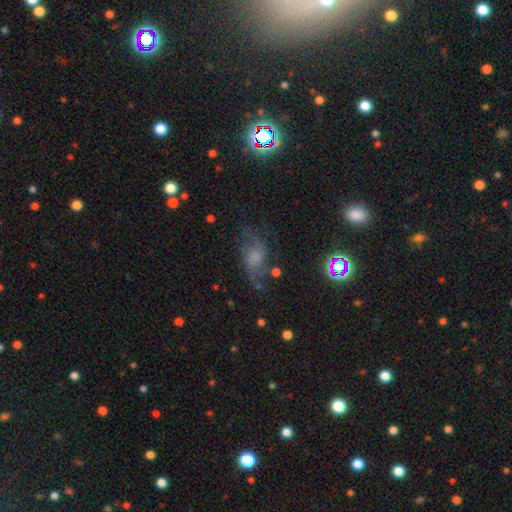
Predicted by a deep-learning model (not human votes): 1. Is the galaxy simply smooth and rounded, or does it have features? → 43% featured or disk, 38% smooth, 19% star or artifact.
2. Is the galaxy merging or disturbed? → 54% none, 24% minor disturbance, 19% major disturbance, 4% merger.